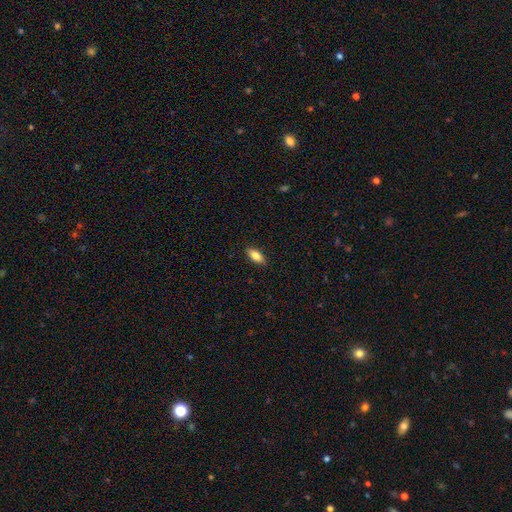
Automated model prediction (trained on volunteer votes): The model was most divided on "smooth or featured": smooth: 83%, featured or disk: 10%, star or artifact: 7%. More confident: merging — none (89%); how rounded — in between (86%).